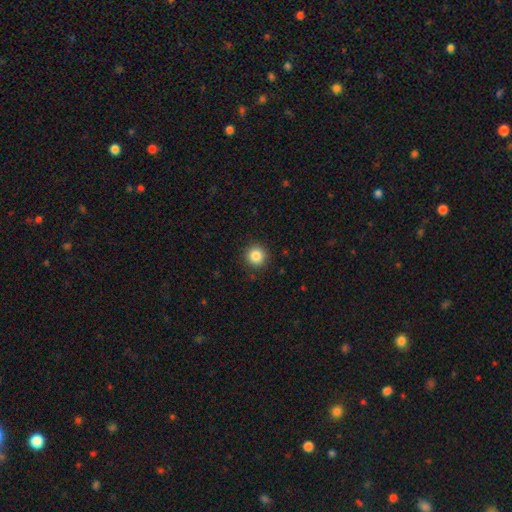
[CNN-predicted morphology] Smooth or featured?
  - smooth: 85% *
  - star or artifact: 10%
  - featured or disk: 4%
How rounded?
  - round: 95% *
  - in between: 4%
  - cigar-shaped: 1%
Merging?
  - none: 91% *
  - minor disturbance: 6%
  - major disturbance: 2%
  - merger: 1%